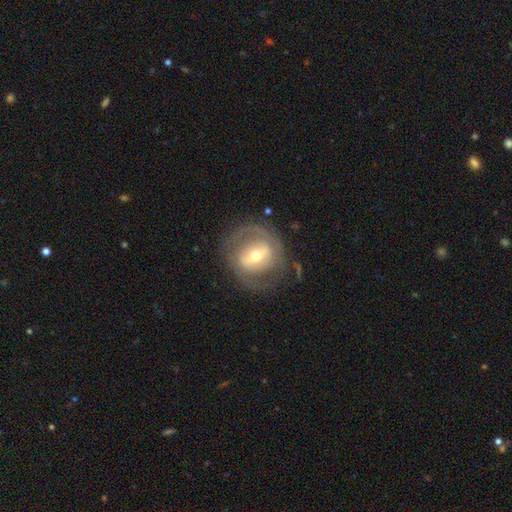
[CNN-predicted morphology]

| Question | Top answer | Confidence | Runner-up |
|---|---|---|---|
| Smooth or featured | featured or disk | 73% | smooth (21%) |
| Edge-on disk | no | 95% | yes (5%) |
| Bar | strong | 42% | weak (39%) |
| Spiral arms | yes | 66% | no (34%) |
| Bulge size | moderate | 59% | small (33%) |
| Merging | none | 71% | minor disturbance (15%) |